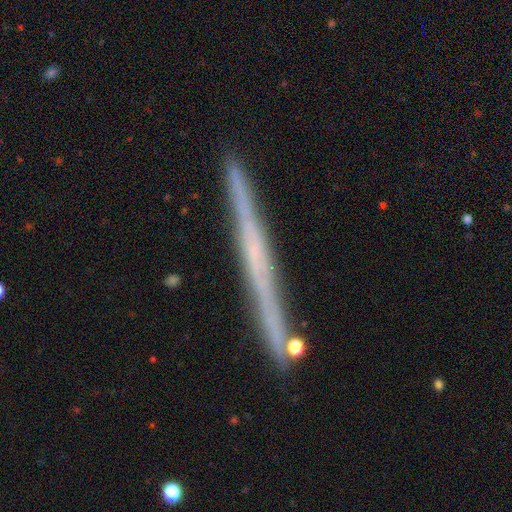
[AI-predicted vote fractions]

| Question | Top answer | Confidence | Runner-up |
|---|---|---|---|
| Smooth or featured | featured or disk | 63% | smooth (28%) |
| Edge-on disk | yes | 97% | no (3%) |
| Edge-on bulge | none | 83% | rounded (12%) |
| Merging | none | 88% | minor disturbance (8%) |